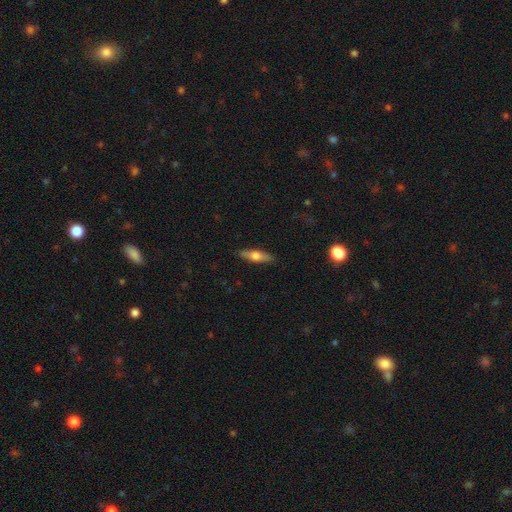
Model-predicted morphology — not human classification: Smooth or featured? Predicted: smooth (p=0.56). How rounded? Predicted: cigar-shaped (p=0.55). Merging? Predicted: none (p=0.87).